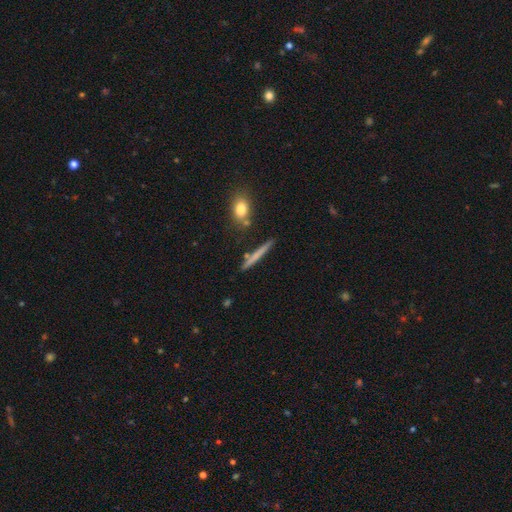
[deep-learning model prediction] smooth_or_featured: smooth (p=0.57) [alt: featured or disk p=0.36]
how_rounded: cigar-shaped (p=0.94) [alt: in between p=0.03]
merging: none (p=0.83) [alt: minor disturbance p=0.09]